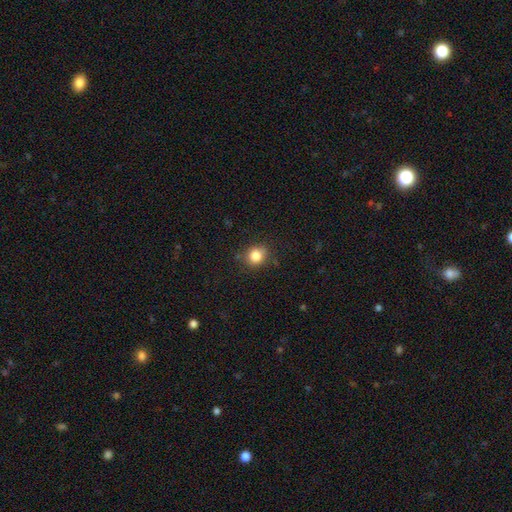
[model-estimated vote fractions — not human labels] Smooth or featured? Predicted: smooth (p=0.83). How rounded? Predicted: round (p=0.80). Merging? Predicted: none (p=0.82).